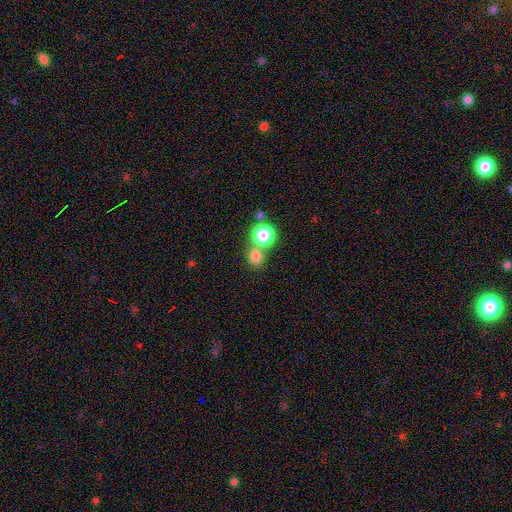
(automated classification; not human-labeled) smooth_or_featured: smooth (p=0.77) [alt: star or artifact p=0.15]
how_rounded: round (p=0.83) [alt: in between p=0.16]
merging: none (p=0.51) [alt: merger p=0.40]